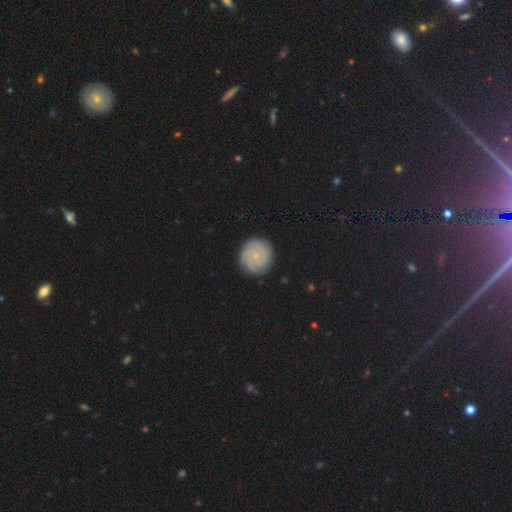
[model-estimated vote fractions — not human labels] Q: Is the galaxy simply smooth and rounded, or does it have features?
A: featured or disk — 63%.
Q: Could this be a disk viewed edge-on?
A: no — 98%.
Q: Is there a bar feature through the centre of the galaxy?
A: no — 83%.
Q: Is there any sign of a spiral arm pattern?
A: yes — 93%.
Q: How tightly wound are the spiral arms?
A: tight — 77%.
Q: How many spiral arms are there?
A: can't tell — 31%.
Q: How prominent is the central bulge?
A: small — 83%.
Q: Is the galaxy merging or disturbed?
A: none — 86%.